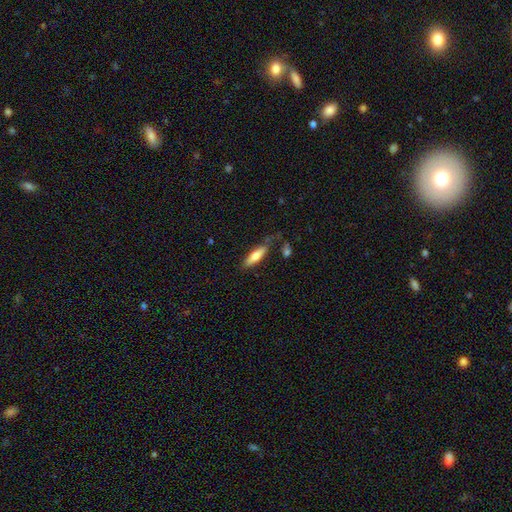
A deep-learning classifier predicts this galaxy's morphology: Smooth or featured: smooth — 71% (featured or disk — 24%)
How rounded: cigar-shaped — 60% (in between — 38%)
Merging: none — 62% (minor disturbance — 23%)